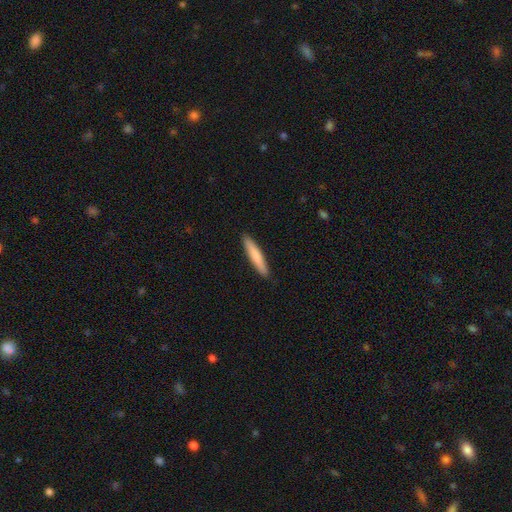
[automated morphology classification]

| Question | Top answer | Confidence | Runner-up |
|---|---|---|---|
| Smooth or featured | smooth | 78% | featured or disk (17%) |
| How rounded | cigar-shaped | 92% | in between (7%) |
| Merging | none | 91% | minor disturbance (7%) |